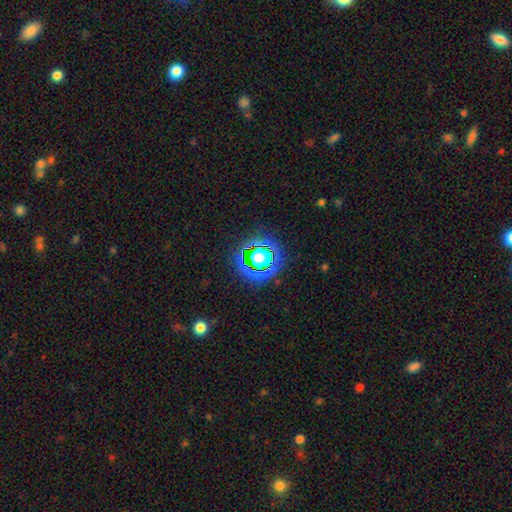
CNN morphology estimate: type=star or artifact (58%).